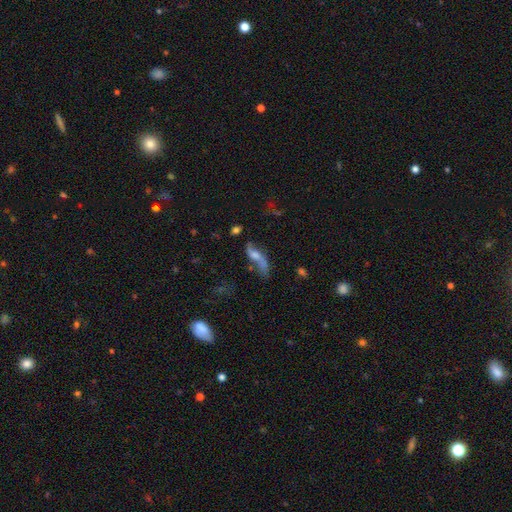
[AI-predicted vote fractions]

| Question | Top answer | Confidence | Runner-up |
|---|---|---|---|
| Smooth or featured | featured or disk | 52% | smooth (38%) |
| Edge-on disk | no | 81% | yes (19%) |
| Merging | none | 37% | major disturbance (24%) |